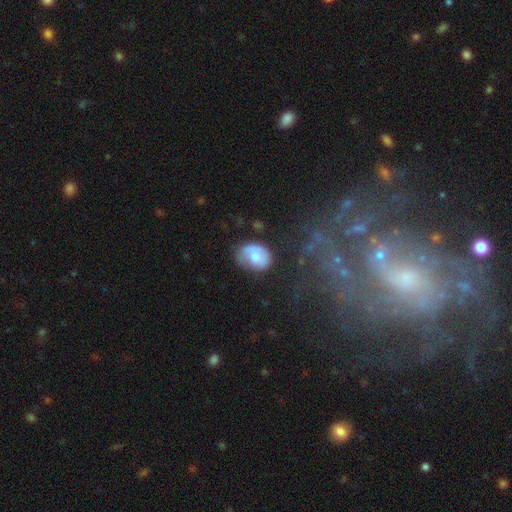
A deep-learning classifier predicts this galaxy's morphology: smooth 56%, featured or disk 36%, star or artifact 8%. Down the decision tree: how rounded — in between (64%); merging — none (50%).